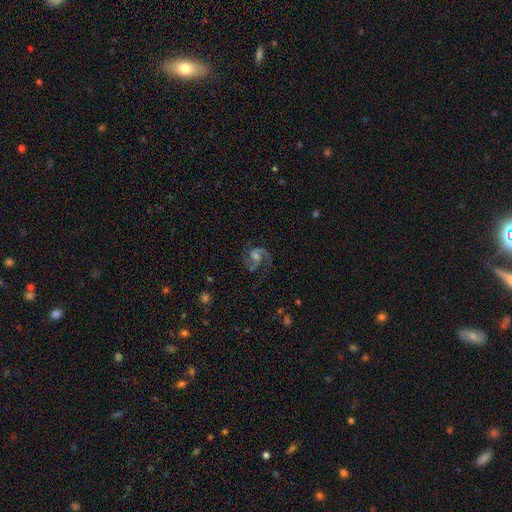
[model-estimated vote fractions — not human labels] Overall: featured or disk (88%). Edge-on disk: no (98%). Bar: no (46%; weak 43%). Spiral arms: yes (98%). Spiral arm count: 2 (82%). Spiral winding: medium (63%). Bulge size: moderate (51%; small 36%). Merging: none (74%).